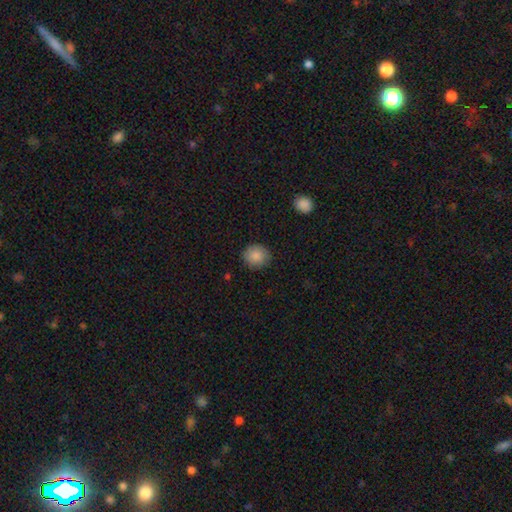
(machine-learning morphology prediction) Smooth or featured? Predicted: smooth (p=0.87). How rounded? Predicted: round (p=0.84). Merging? Predicted: none (p=0.88).